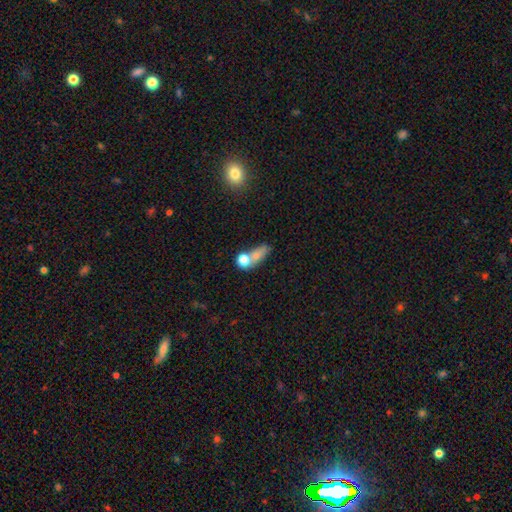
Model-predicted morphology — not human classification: This is likely a smooth galaxy (68%). How rounded: possibly in between (46%). Merging: marginally merger (42%).